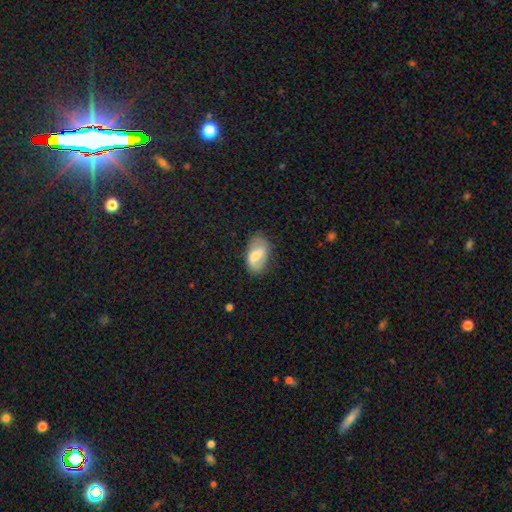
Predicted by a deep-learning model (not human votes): smooth 50%, featured or disk 42%, star or artifact 7%. Down the decision tree: how rounded — in between (91%); merging — none (70%).